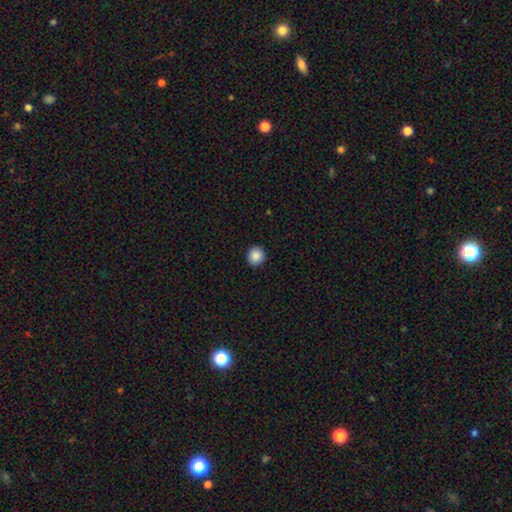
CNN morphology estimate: Smooth or featured?
  - smooth: 88% *
  - star or artifact: 9%
  - featured or disk: 4%
How rounded?
  - round: 93% *
  - in between: 6%
  - cigar-shaped: 1%
Merging?
  - none: 93% *
  - minor disturbance: 5%
  - major disturbance: 1%
  - merger: 1%